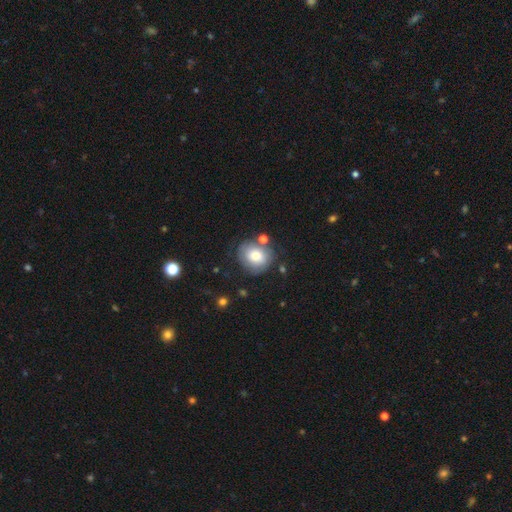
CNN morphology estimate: This appears to be a smooth galaxy with no disk features (71%) that is round (77%). Merging: none (69%).